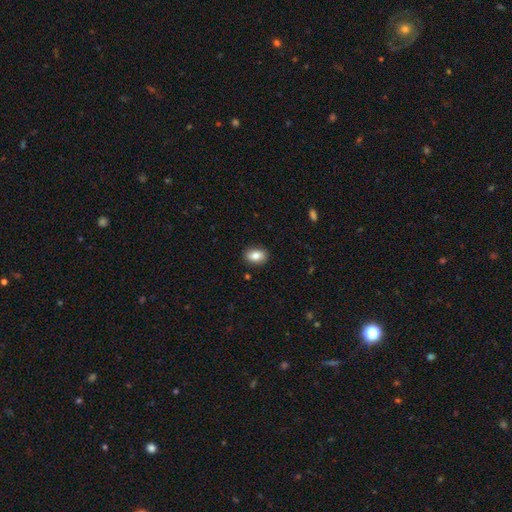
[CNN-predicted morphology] This appears to be a smooth galaxy with no disk features (83%) that is in between round and cigar-shaped (82%). Merging: none (88%).